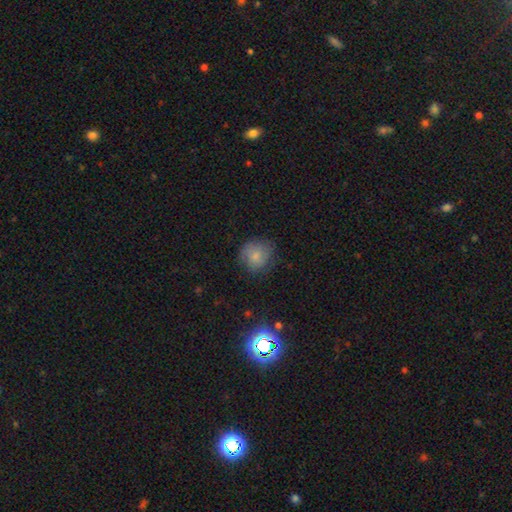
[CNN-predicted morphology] Smooth or featured: smooth — 78% (featured or disk — 14%)
How rounded: round — 87% (in between — 12%)
Merging: none — 73% (minor disturbance — 20%)